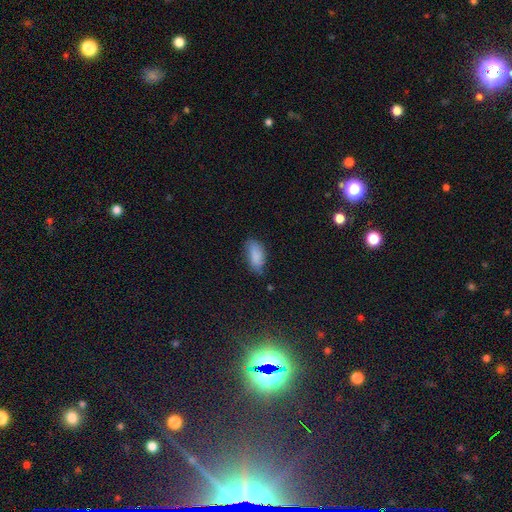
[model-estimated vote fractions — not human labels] Overall: smooth (84%). How rounded: in between (90%). Merging: none (61%; minor disturbance 30%).